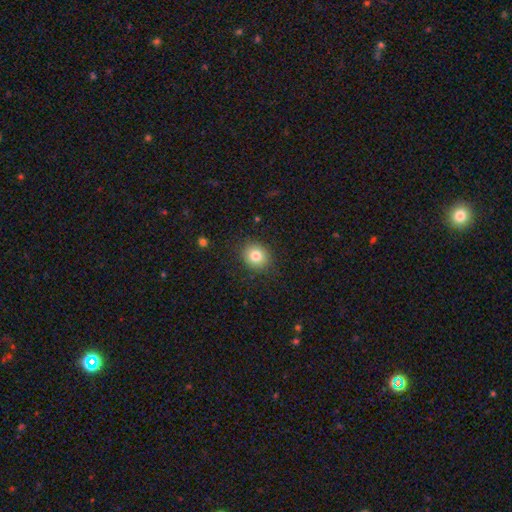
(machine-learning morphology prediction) Smooth or featured: smooth — 81% (star or artifact — 10%)
How rounded: round — 77% (in between — 22%)
Merging: none — 88% (minor disturbance — 9%)